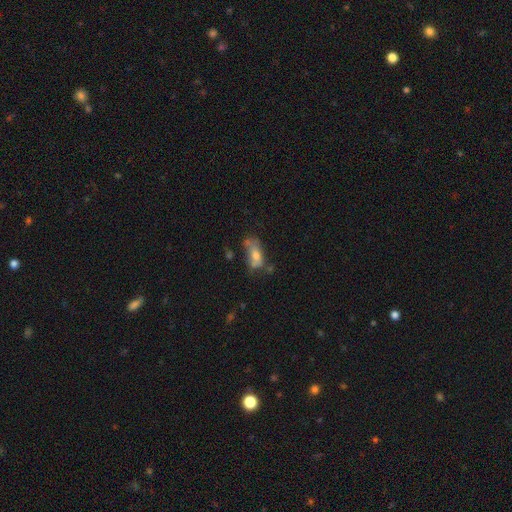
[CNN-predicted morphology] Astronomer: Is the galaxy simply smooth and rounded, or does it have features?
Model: smooth — 57% (runner-up: featured or disk, 32%).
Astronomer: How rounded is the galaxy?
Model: in between — 80%.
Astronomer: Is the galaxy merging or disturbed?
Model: none — 34% (runner-up: minor disturbance, 25%).